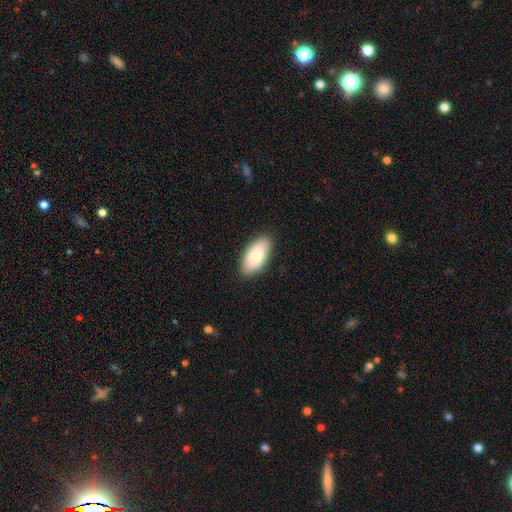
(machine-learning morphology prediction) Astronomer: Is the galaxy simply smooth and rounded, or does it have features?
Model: smooth — 77%.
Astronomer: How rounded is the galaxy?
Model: in between — 93%.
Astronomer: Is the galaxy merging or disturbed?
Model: none — 88%.